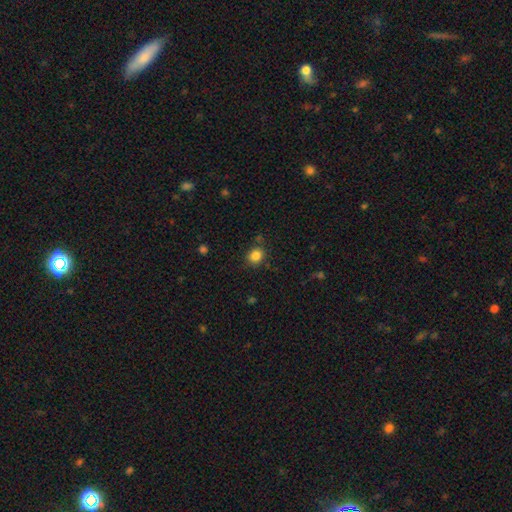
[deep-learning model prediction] Smooth or featured: smooth — 84% (star or artifact — 11%)
How rounded: round — 70% (in between — 29%)
Merging: none — 82% (minor disturbance — 12%)